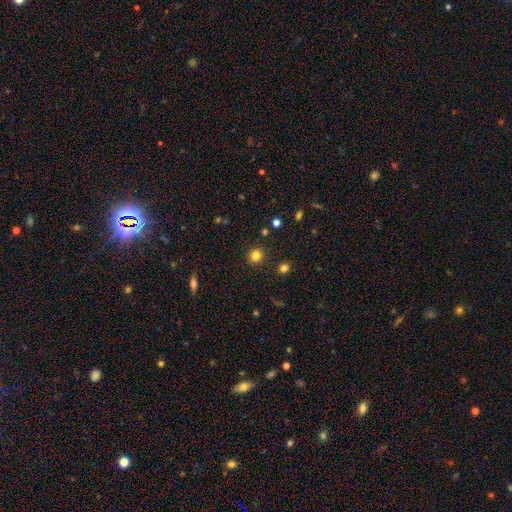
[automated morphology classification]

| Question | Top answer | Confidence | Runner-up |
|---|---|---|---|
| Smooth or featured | smooth | 81% | star or artifact (14%) |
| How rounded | round | 88% | in between (11%) |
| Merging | none | 90% | minor disturbance (6%) |